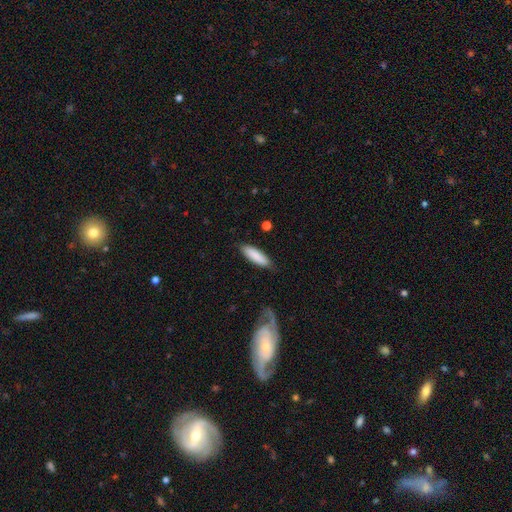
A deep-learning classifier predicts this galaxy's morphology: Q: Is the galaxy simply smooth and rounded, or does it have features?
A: smooth — 86%.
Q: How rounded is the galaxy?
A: cigar-shaped — 53%.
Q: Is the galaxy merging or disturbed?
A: none — 82%.